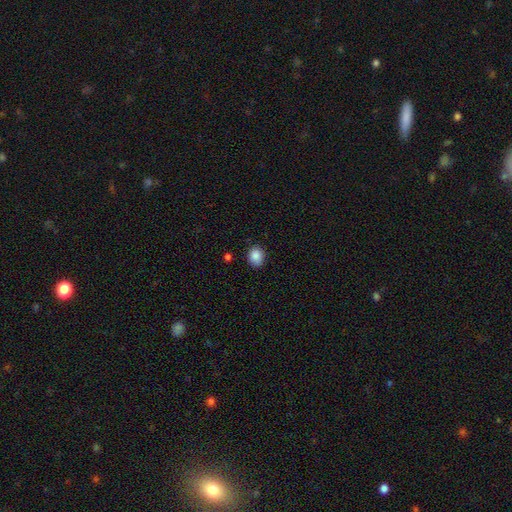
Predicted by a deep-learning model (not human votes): Smooth or featured: smooth — 87% (star or artifact — 9%)
How rounded: round — 59% (in between — 40%)
Merging: none — 83% (minor disturbance — 13%)